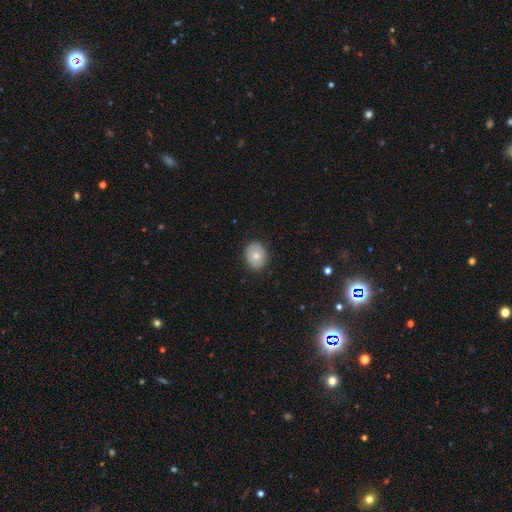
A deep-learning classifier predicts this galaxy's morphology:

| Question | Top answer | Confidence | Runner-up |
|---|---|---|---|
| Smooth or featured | smooth | 74% | featured or disk (18%) |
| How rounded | in between | 51% | round (48%) |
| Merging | none | 87% | minor disturbance (10%) |